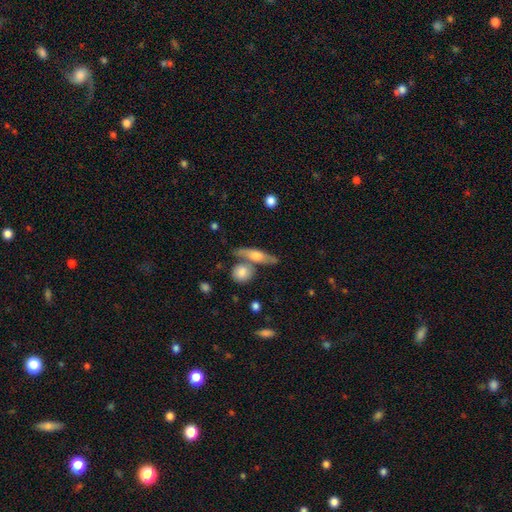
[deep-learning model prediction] A featured or disk galaxy (48%). Merging: none (62%).